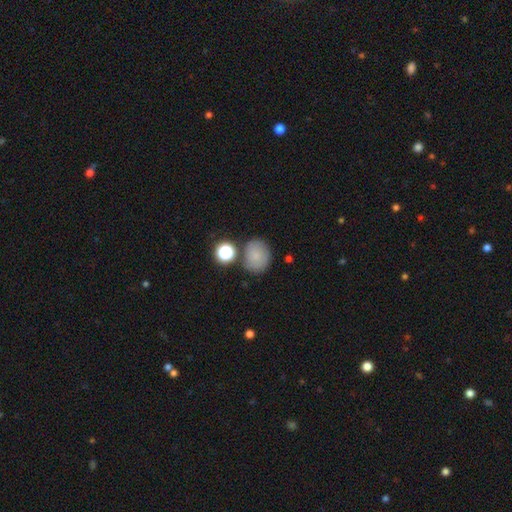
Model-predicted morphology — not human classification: A smooth galaxy with no disk features (71%) that is round (64%). Merging: none (71%).